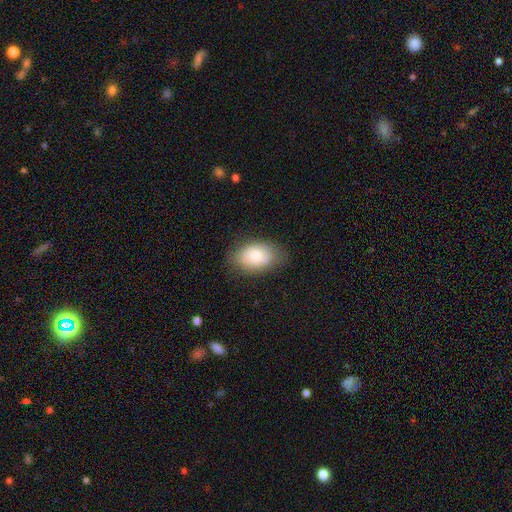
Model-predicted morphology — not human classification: Smooth or featured? Predicted: smooth (p=0.78). How rounded? Predicted: in between (p=0.86). Merging? Predicted: none (p=0.78).